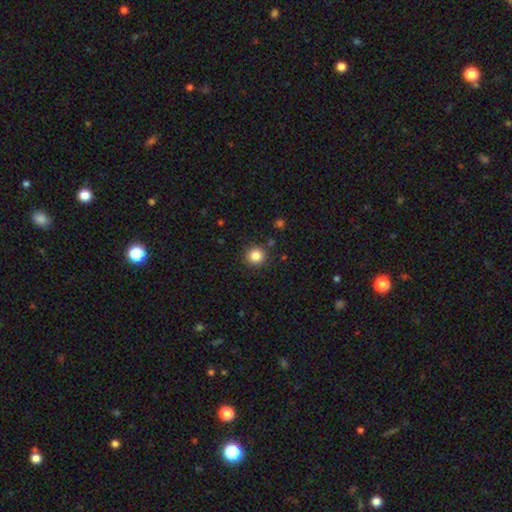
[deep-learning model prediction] smooth 84%, star or artifact 11%, featured or disk 5%. Down the decision tree: how rounded — round (94%); merging — none (89%).